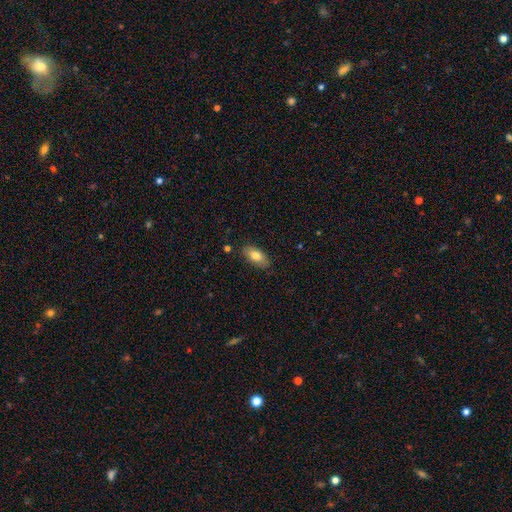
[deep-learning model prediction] The model was most divided on "smooth or featured": smooth: 77%, featured or disk: 16%, star or artifact: 7%. More confident: how rounded — in between (90%); merging — none (85%).